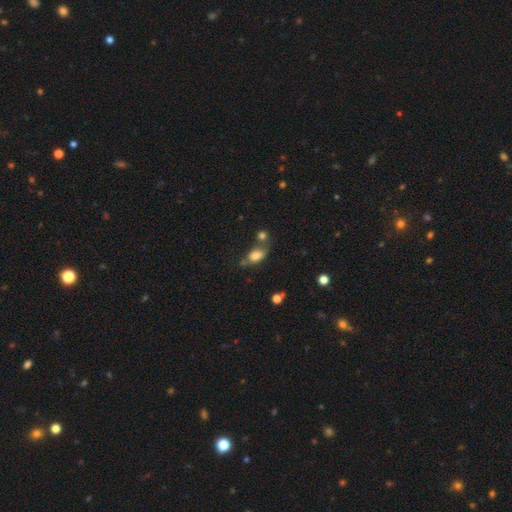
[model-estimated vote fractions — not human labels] This is likely a smooth galaxy (78%). How rounded: clearly in between (83%). Merging: possibly none (46%).